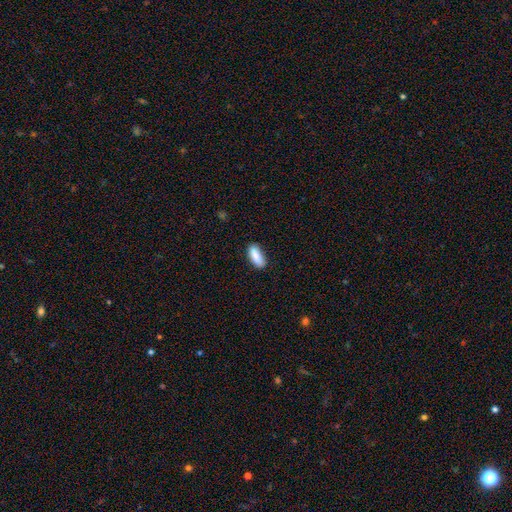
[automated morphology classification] Smooth or featured?
  - smooth: 88% *
  - star or artifact: 7%
  - featured or disk: 5%
How rounded?
  - in between: 75% *
  - cigar-shaped: 23%
  - round: 2%
Merging?
  - none: 78% *
  - minor disturbance: 17%
  - major disturbance: 3%
  - merger: 2%